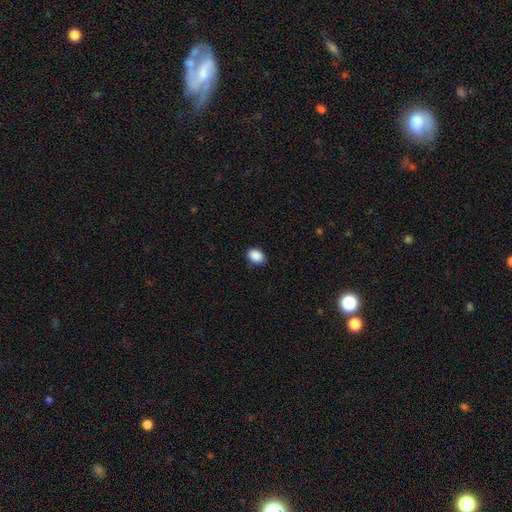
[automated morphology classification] Overall: smooth (90%). How rounded: in between (71%). Merging: none (84%).